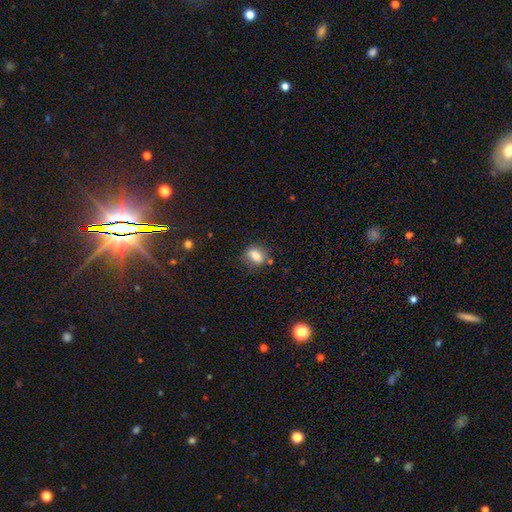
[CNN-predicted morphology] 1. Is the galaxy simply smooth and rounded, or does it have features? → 77% smooth, 13% featured or disk, 10% star or artifact.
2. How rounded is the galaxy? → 65% in between, 30% round, 5% cigar-shaped.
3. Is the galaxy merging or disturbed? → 71% none, 19% minor disturbance, 5% major disturbance, 5% merger.